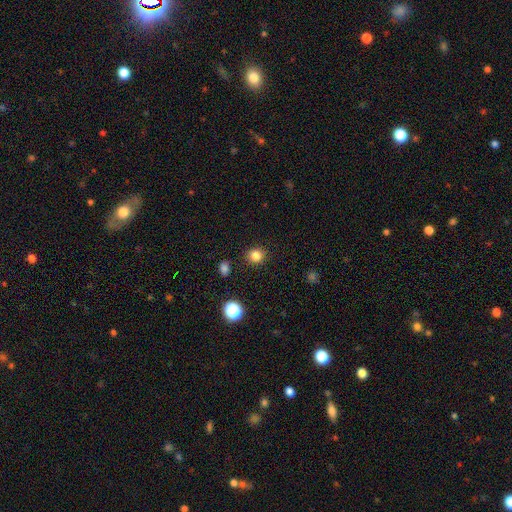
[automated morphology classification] Overall: smooth (82%). How rounded: round (82%). Merging: none (89%).